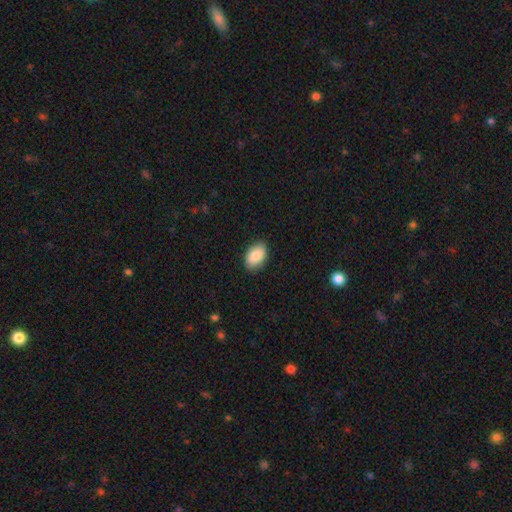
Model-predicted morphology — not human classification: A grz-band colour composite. It shows a smooth galaxy with no disk features (86%) that is in between round and cigar-shaped (90%). Merging: none (87%).